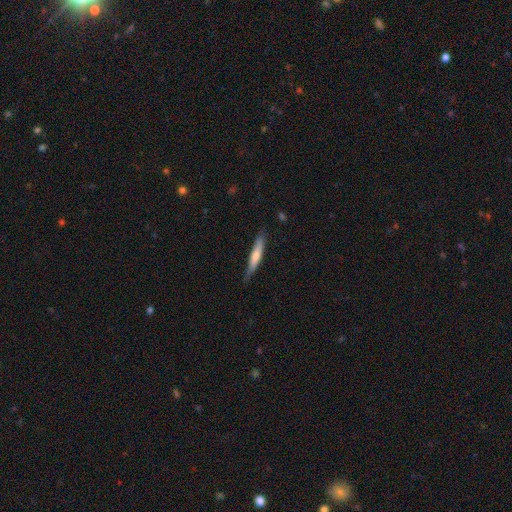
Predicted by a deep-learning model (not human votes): Q: Smooth or featured?
A: smooth (61%); runner-up: featured or disk (34%)
Q: How rounded?
A: cigar-shaped (91%); runner-up: in between (8%)
Q: Merging?
A: none (75%); runner-up: minor disturbance (20%)